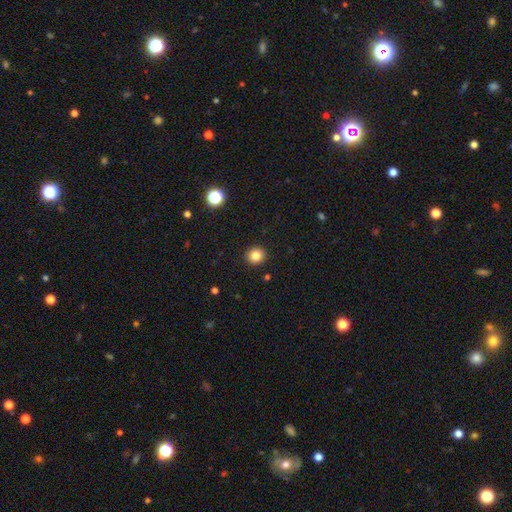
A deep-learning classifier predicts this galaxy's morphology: Q: Smooth or featured?
A: smooth (83%); runner-up: star or artifact (11%)
Q: How rounded?
A: round (90%); runner-up: in between (9%)
Q: Merging?
A: none (92%); runner-up: minor disturbance (5%)